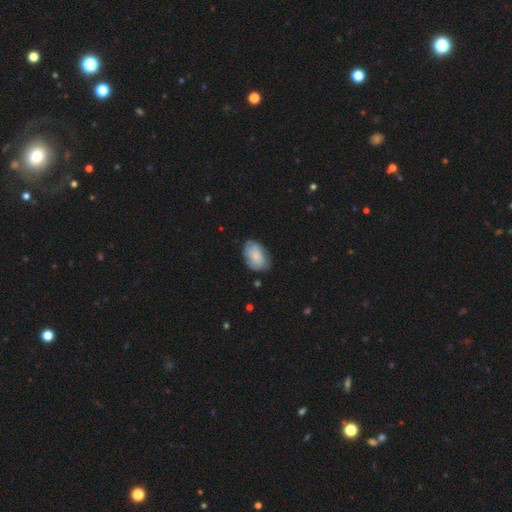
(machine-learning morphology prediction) smooth 78%, featured or disk 16%, star or artifact 6%. Down the decision tree: how rounded — in between (90%); merging — none (71%).